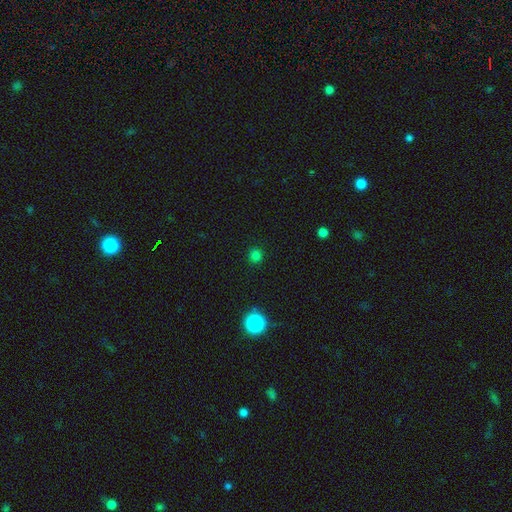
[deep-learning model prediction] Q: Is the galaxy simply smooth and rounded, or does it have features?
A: smooth — 78%.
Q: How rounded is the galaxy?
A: round — 93%.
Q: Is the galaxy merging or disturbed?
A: none — 91%.